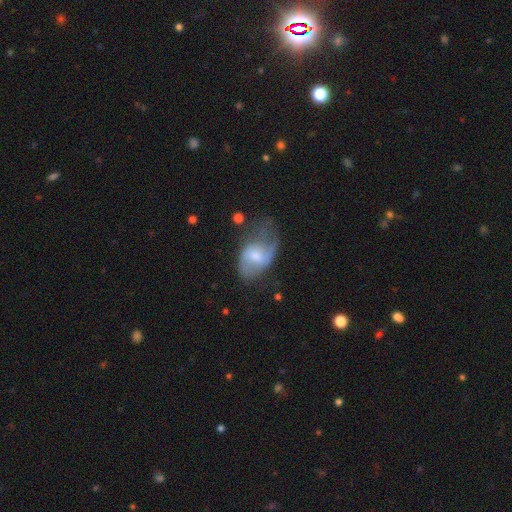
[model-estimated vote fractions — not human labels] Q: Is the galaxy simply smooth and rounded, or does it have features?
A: featured or disk — 53%.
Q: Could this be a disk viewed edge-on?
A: no — 95%.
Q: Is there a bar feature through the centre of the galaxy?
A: no — 49%.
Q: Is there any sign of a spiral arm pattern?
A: yes — 72%.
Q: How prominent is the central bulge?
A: moderate — 50%.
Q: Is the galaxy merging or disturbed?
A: major disturbance — 38%.